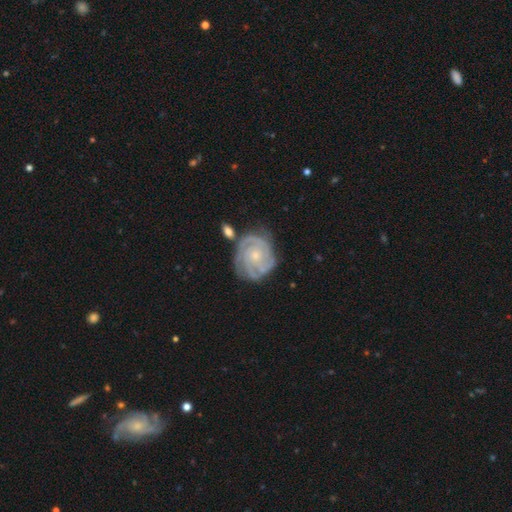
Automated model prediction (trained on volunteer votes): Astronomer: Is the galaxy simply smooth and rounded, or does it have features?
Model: featured or disk — 88%.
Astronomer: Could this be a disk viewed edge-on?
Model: no — 98%.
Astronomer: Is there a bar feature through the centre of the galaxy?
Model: no — 76%.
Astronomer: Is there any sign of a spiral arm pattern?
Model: yes — 98%.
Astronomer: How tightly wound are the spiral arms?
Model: tight — 74%.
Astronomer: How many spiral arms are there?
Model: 3 — 40% (runner-up: 4, 17%).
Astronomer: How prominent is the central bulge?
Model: small — 63%.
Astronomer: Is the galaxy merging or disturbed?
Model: none — 70%.